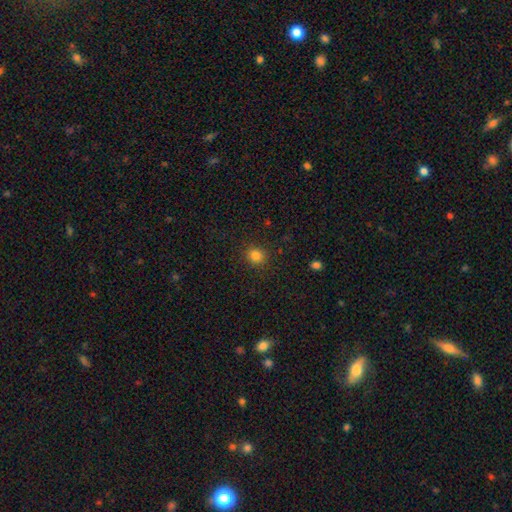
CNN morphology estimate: smooth 82%, star or artifact 13%, featured or disk 5%. Down the decision tree: how rounded — round (80%); merging — none (89%).